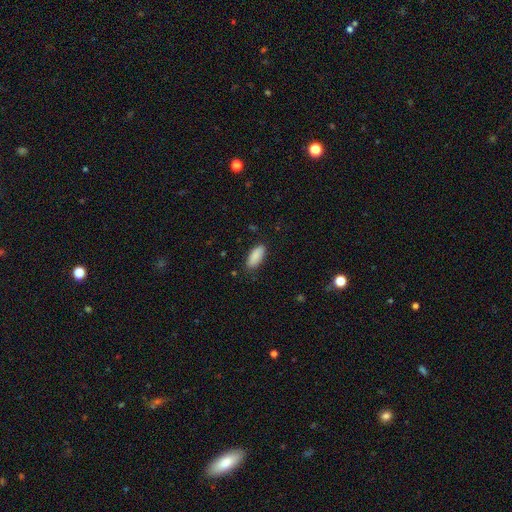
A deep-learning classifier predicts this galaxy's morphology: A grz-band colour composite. It shows a smooth galaxy with no disk features (89%) that is in between round and cigar-shaped (82%). Merging: none (85%).